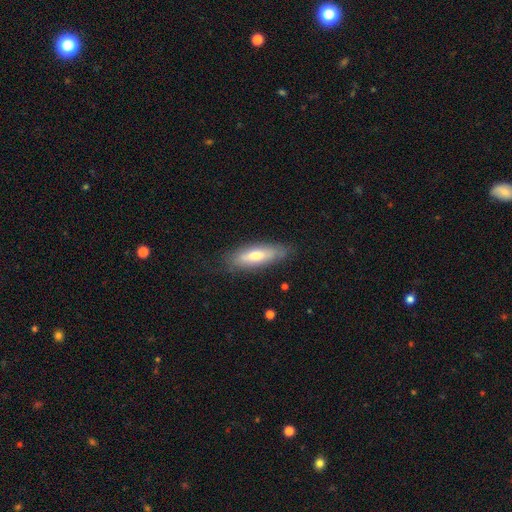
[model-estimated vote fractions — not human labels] smooth_or_featured: smooth (p=0.61) [alt: featured or disk p=0.33]
how_rounded: in between (p=0.52) [alt: cigar-shaped p=0.46]
merging: none (p=0.77) [alt: minor disturbance p=0.17]